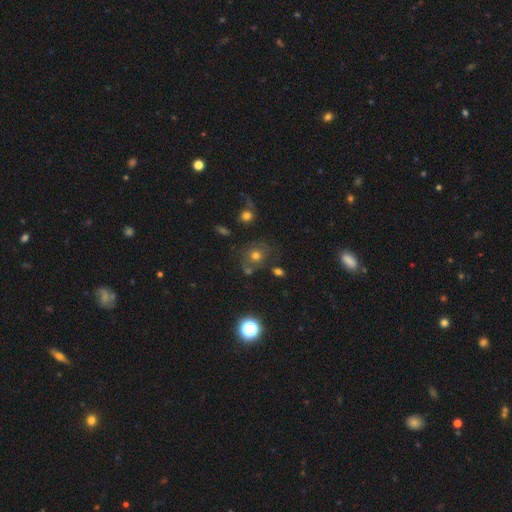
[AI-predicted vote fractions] A smooth galaxy with no disk features (59%) that is round (75%). Merging: none (63%).